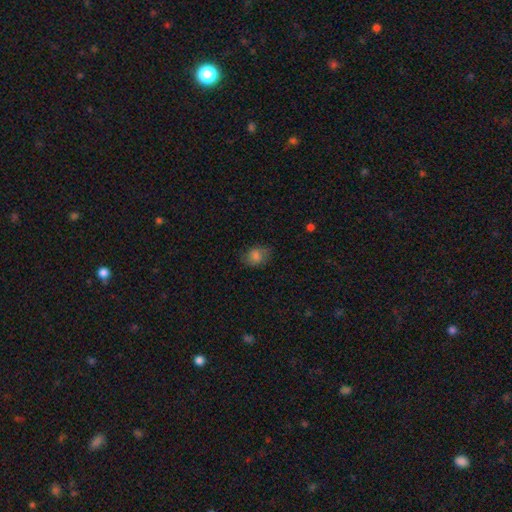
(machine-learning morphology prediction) smooth 74%, featured or disk 16%, star or artifact 10%. Down the decision tree: how rounded — in between (57%); merging — none (73%).